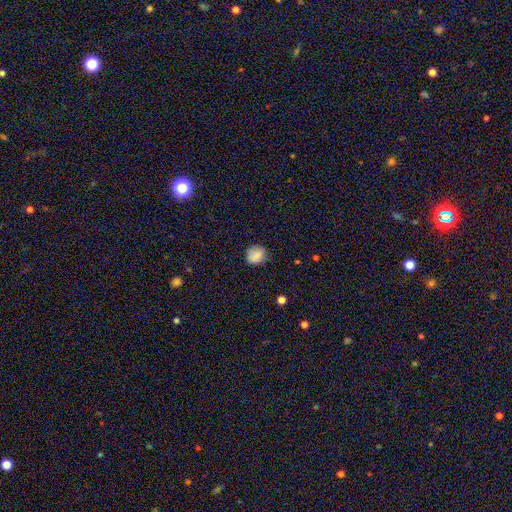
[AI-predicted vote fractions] The model was most divided on "how rounded": round: 77%, in between: 22%, cigar-shaped: 1%. More confident: smooth or featured — smooth (83%); merging — none (80%).